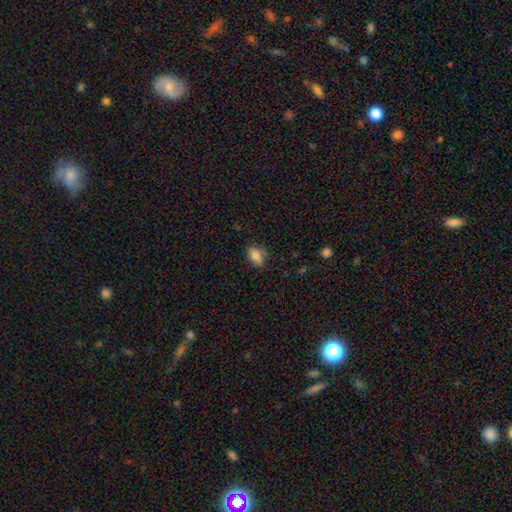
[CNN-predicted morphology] Smooth or featured?
  - smooth: 82% *
  - star or artifact: 9%
  - featured or disk: 9%
How rounded?
  - in between: 81% *
  - round: 17%
  - cigar-shaped: 2%
Merging?
  - none: 73% *
  - minor disturbance: 22%
  - major disturbance: 4%
  - merger: 2%